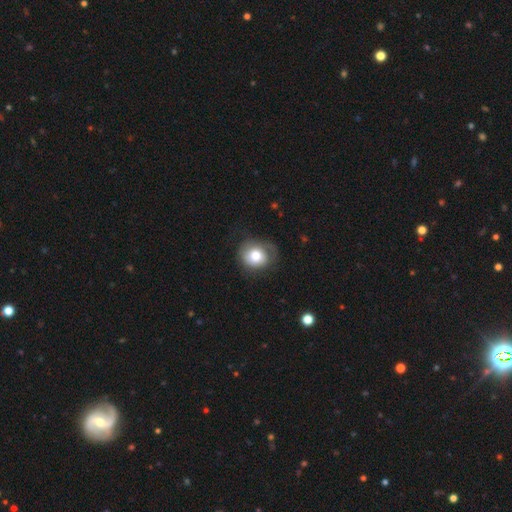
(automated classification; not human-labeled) smooth-or-featured: smooth: 72% | featured or disk: 20% | star or artifact: 8%
  how-rounded: round: 68% | in between: 31% | cigar-shaped: 1%
  merging: none: 57% | minor disturbance: 27% | major disturbance: 15% | merger: 1%